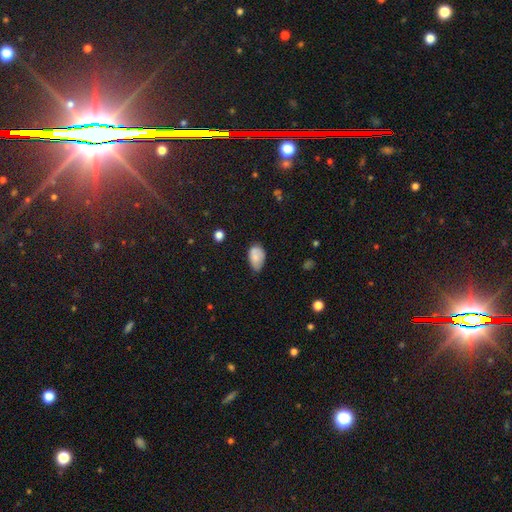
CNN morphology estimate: type=smooth (80%); roundness=in between (92%); merging=none (47%).